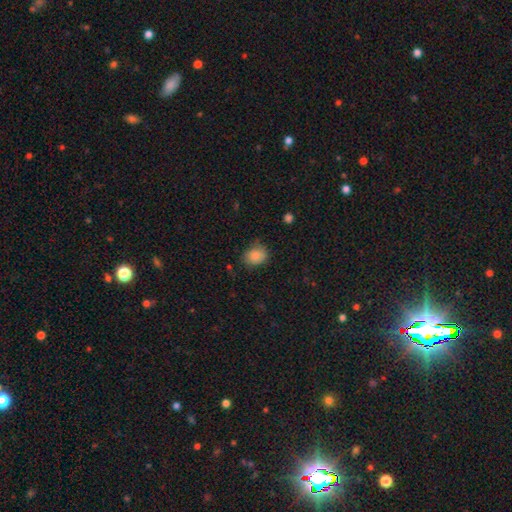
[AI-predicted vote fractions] Q: Smooth or featured?
A: smooth (85%); runner-up: star or artifact (9%)
Q: How rounded?
A: round (56%); runner-up: in between (43%)
Q: Merging?
A: none (68%); runner-up: minor disturbance (24%)